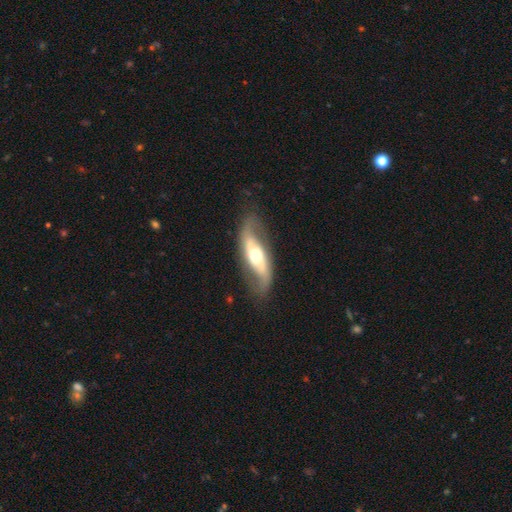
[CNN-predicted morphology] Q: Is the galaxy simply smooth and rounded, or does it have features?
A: featured or disk — 79%.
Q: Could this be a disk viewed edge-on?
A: no — 87%.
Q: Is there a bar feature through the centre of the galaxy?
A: no — 47%.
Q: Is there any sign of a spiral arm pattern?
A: yes — 87%.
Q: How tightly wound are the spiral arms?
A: loose — 59%.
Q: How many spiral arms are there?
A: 2 — 91%.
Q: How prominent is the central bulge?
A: moderate — 65%.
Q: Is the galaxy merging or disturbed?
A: none — 73%.